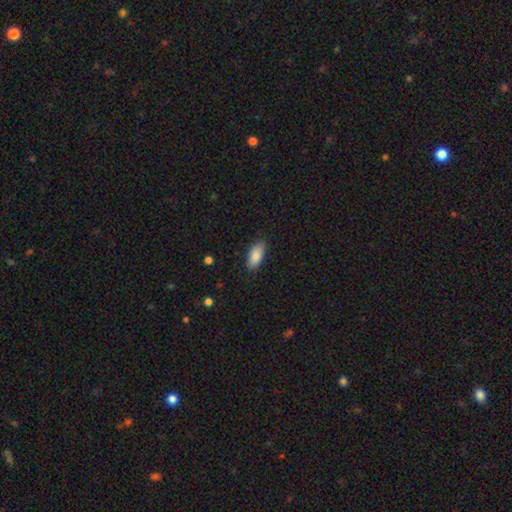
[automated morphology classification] Smooth or featured? Predicted: smooth (p=0.88). How rounded? Predicted: in between (p=0.87). Merging? Predicted: none (p=0.86).